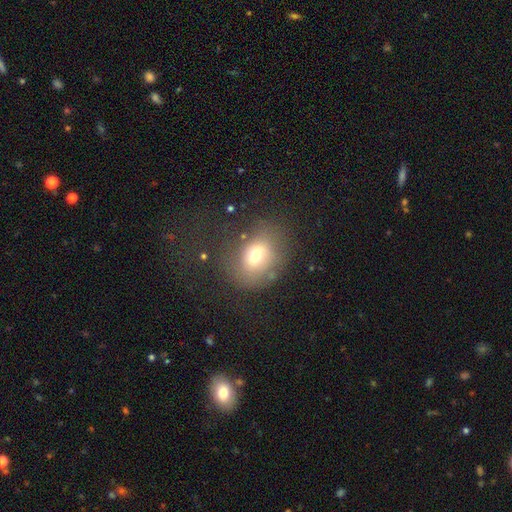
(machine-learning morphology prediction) smooth_or_featured: smooth (p=0.68) [alt: featured or disk p=0.19]
how_rounded: in between (p=0.50) [alt: round p=0.49]
merging: none (p=0.59) [alt: minor disturbance p=0.21]